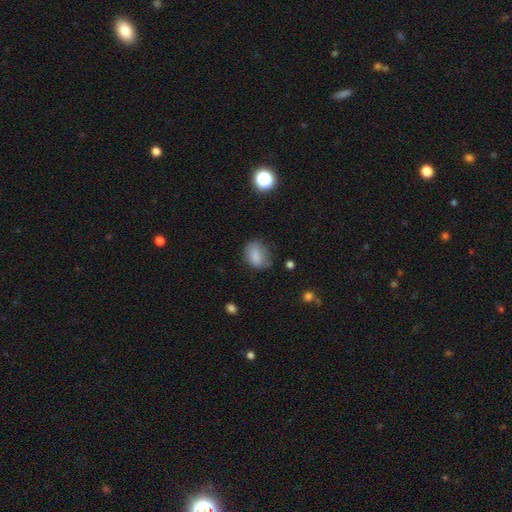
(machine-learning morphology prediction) smooth_or_featured: smooth (p=0.81) [alt: star or artifact p=0.10]
how_rounded: in between (p=0.64) [alt: round p=0.34]
merging: none (p=0.61) [alt: minor disturbance p=0.28]